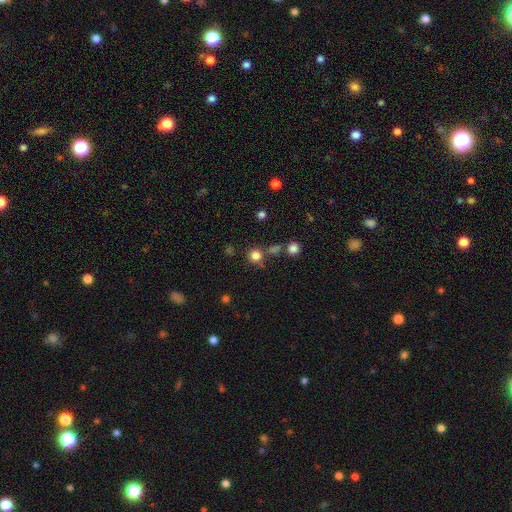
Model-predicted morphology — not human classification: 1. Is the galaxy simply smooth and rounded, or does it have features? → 79% smooth, 16% star or artifact, 5% featured or disk.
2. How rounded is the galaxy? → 93% round, 6% in between, 1% cigar-shaped.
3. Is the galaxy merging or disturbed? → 77% none, 11% merger, 8% minor disturbance, 4% major disturbance.